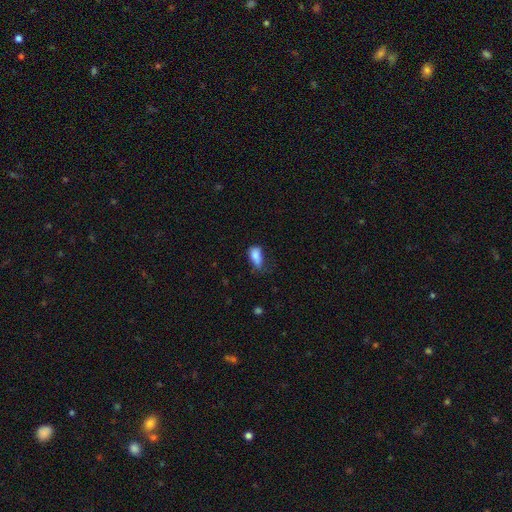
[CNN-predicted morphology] smooth-or-featured: smooth: 82% | featured or disk: 9% | star or artifact: 9%
  how-rounded: in between: 88% | cigar-shaped: 7% | round: 5%
  merging: minor disturbance: 38% (tied) | none: 38% (tied) | major disturbance: 20% | merger: 4%